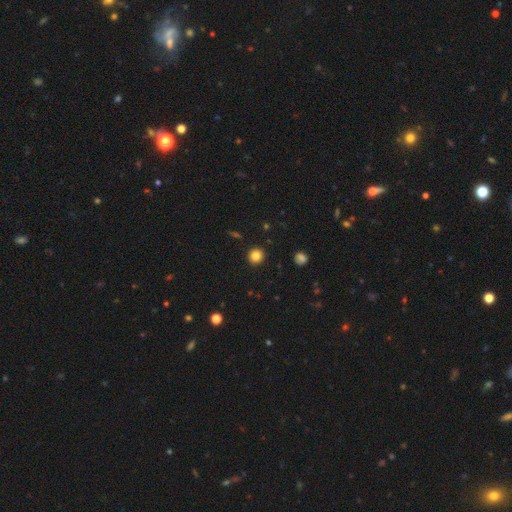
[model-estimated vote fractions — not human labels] Morphology: type=smooth (83%); roundness=round (93%); merging=none (93%).